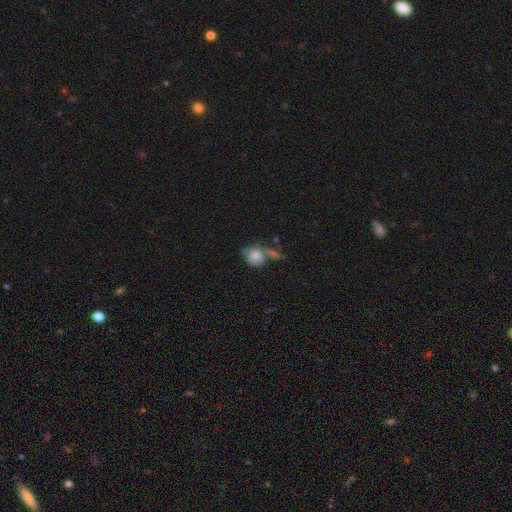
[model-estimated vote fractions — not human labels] Morphology: type=smooth (61%); roundness=round (51%); merging=none (34%).